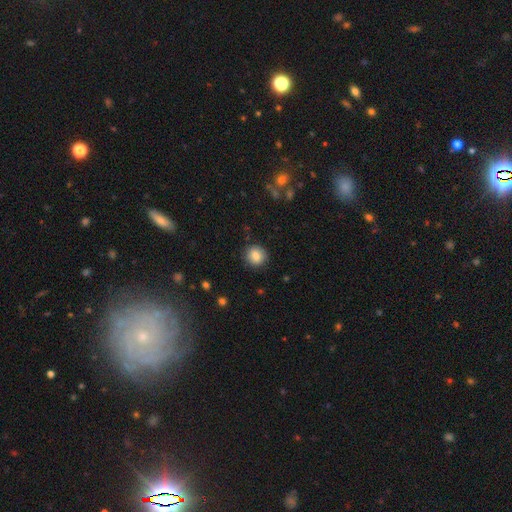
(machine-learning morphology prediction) Smooth or featured?
  - smooth: 84% *
  - star or artifact: 9%
  - featured or disk: 7%
How rounded?
  - round: 89% *
  - in between: 10%
  - cigar-shaped: 1%
Merging?
  - none: 89% *
  - minor disturbance: 8%
  - major disturbance: 2%
  - merger: 1%